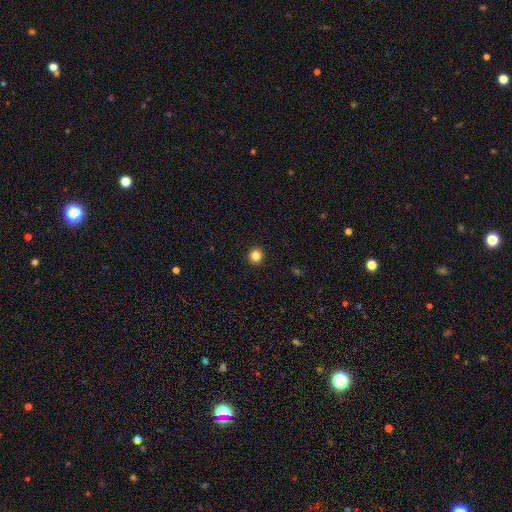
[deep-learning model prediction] Q: Smooth or featured?
A: smooth (84%); runner-up: star or artifact (11%)
Q: How rounded?
A: round (89%); runner-up: in between (10%)
Q: Merging?
A: none (93%); runner-up: minor disturbance (5%)